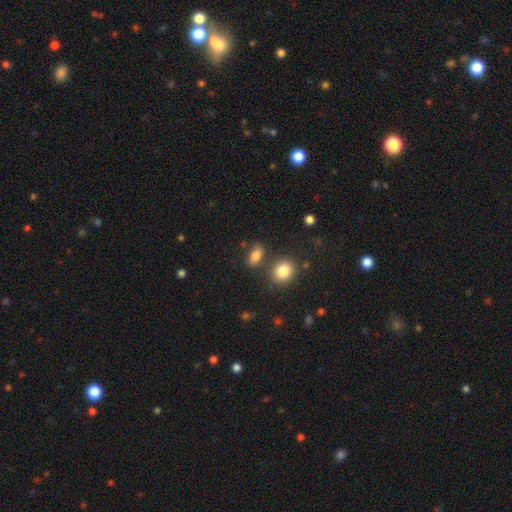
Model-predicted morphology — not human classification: A smooth galaxy with no disk features (82%) that is in between round and cigar-shaped (79%).

Vote fractions:
- Smooth or featured? smooth: 82% / star or artifact: 10% / featured or disk: 8%
- How rounded? in between: 79% / round: 15% / cigar-shaped: 6%
- Merging? none: 73% / minor disturbance: 12% / merger: 10% / major disturbance: 4%